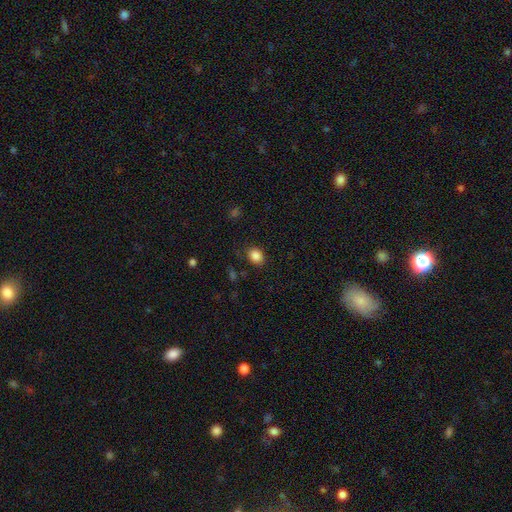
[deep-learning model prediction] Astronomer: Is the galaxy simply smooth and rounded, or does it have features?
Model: smooth — 86%.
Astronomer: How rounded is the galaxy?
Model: round — 50% (runner-up: in between, 49%).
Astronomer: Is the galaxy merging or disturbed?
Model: none — 83%.